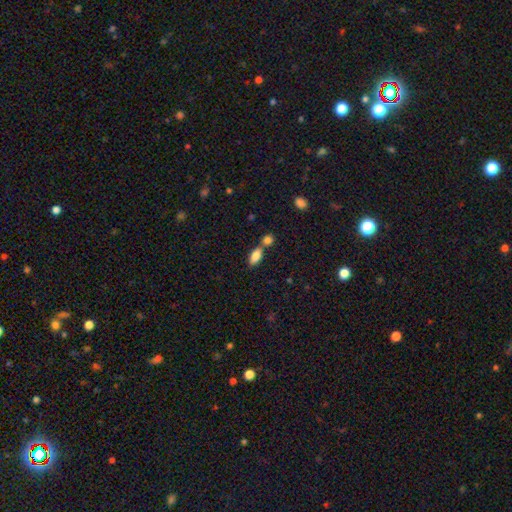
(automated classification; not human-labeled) Smooth or featured? smooth (84%)
How rounded? in between (84%)
Merging? none (53%)